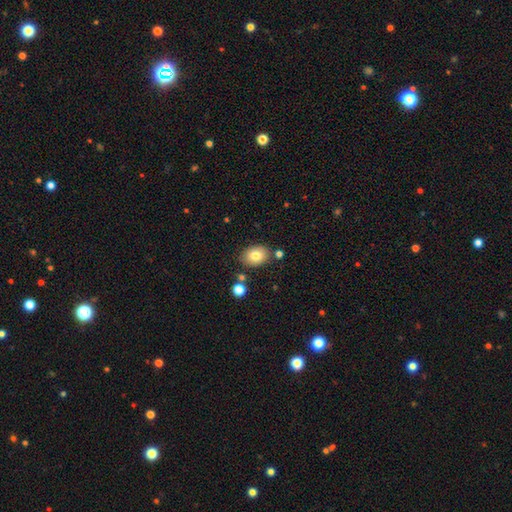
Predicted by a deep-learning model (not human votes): Smooth or featured? smooth (79%)
How rounded? in between (73%)
Merging? none (78%)